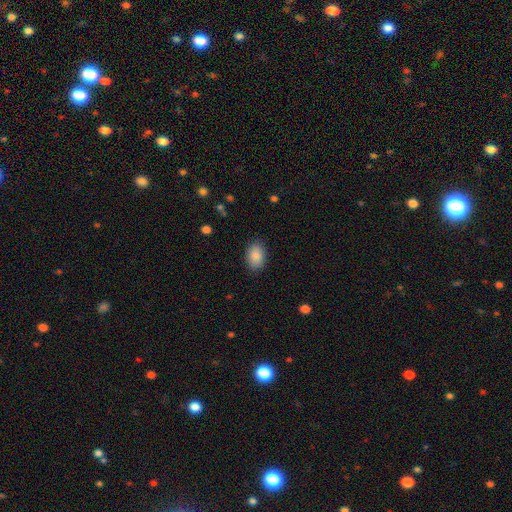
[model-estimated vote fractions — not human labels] A smooth galaxy with no disk features (87%) that is in between round and cigar-shaped (85%). Merging: none (86%).